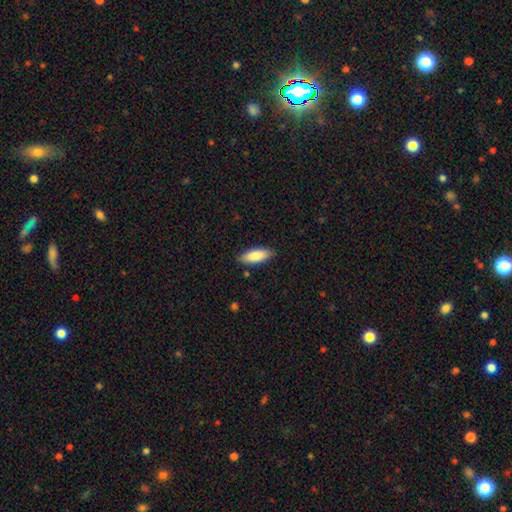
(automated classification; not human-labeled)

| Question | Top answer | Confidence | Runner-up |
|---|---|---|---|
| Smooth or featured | smooth | 85% | featured or disk (9%) |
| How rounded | in between | 75% | cigar-shaped (23%) |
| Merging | none | 87% | minor disturbance (10%) |